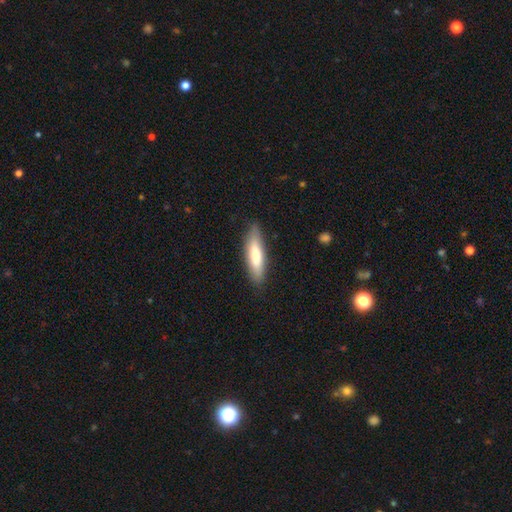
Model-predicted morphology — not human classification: Overall: smooth (73%). How rounded: cigar-shaped (68%; in between 31%). Merging: none (83%).